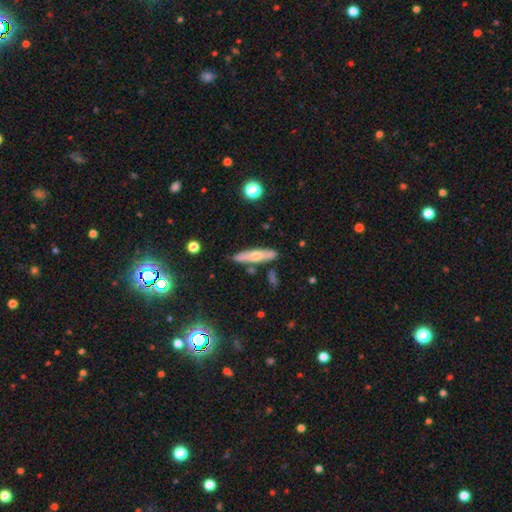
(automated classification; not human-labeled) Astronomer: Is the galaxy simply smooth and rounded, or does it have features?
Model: smooth — 56% (runner-up: featured or disk, 38%).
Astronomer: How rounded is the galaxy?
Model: cigar-shaped — 74%.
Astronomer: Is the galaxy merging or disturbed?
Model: none — 78%.